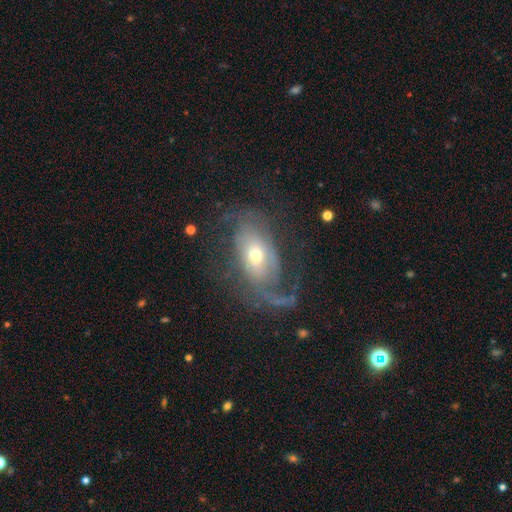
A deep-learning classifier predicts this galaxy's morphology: smooth-or-featured: featured or disk: 72% | smooth: 20% | star or artifact: 8%
  disk-edge-on: no: 93% | yes: 7%
    bar: no: 63% | weak: 26% | strong: 11%
    has-spiral-arms: yes: 79% | no: 21%
      spiral-winding: loose: 39% | medium: 36% | tight: 25%
      spiral-arm-count: 1: 42% | 2: 32% | can't tell: 18% | 3: 4% | 4: 2% | more than 4: 2%
    bulge-size: moderate: 51% | small: 42% | large: 5% | dominant: 1% | none: 1%
  merging: none: 45% | major disturbance: 34% | minor disturbance: 18% | merger: 3%